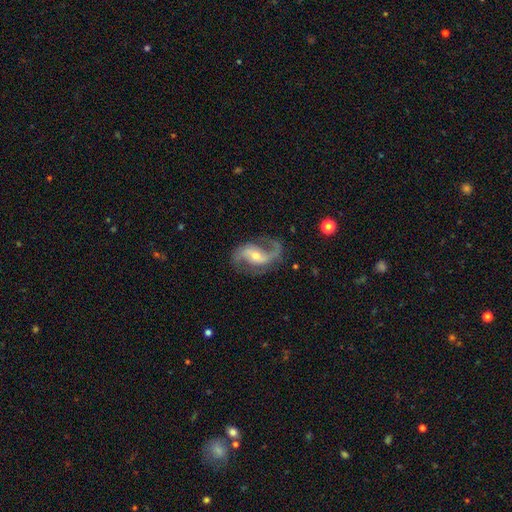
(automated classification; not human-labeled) featured or disk 90%, star or artifact 5%, smooth 5%. Down the decision tree: edge-on disk — no (97%); bar — weak (40%); spiral arms — yes (97%); spiral arm count — 2 (89%); spiral winding — loose (52%); bulge size — small (52%); merging — none (73%).